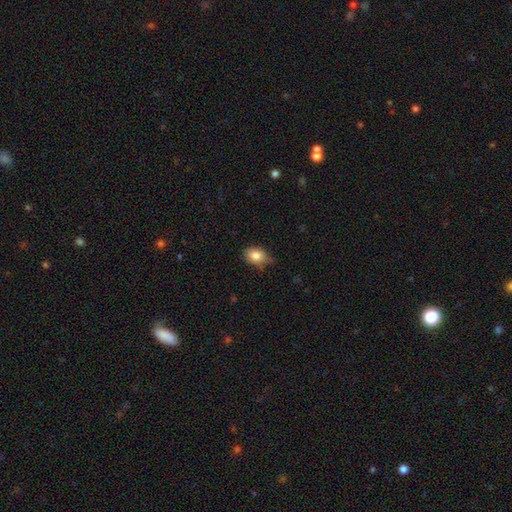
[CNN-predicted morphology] A smooth galaxy with no disk features (83%) that is in between round and cigar-shaped (69%). Merging: none (58%).